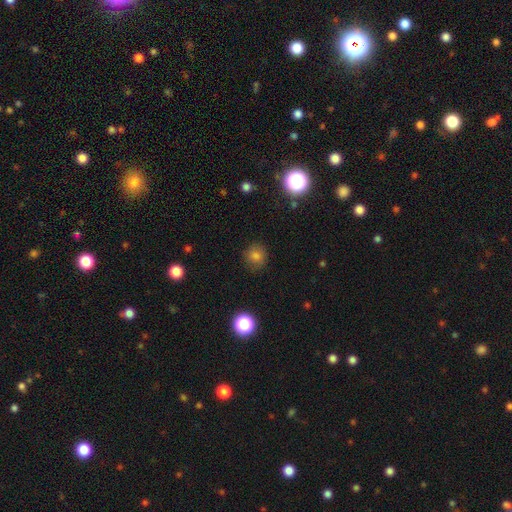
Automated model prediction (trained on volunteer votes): smooth_or_featured: smooth (p=0.78) [alt: star or artifact p=0.16]
how_rounded: round (p=0.88) [alt: in between p=0.11]
merging: none (p=0.86) [alt: minor disturbance p=0.10]